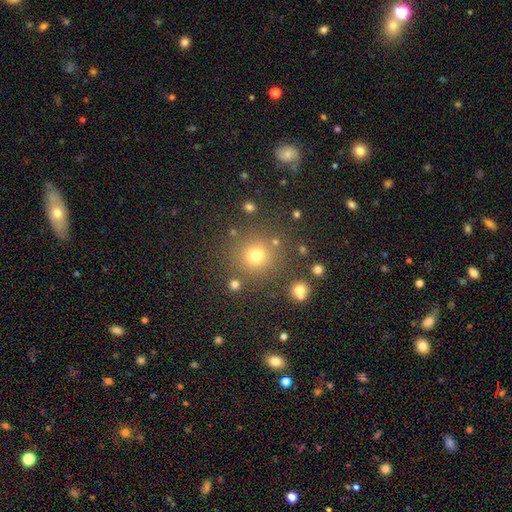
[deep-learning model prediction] The model was most divided on "smooth or featured": smooth: 72%, star or artifact: 21%, featured or disk: 7%. More confident: how rounded — round (93%); merging — none (84%).